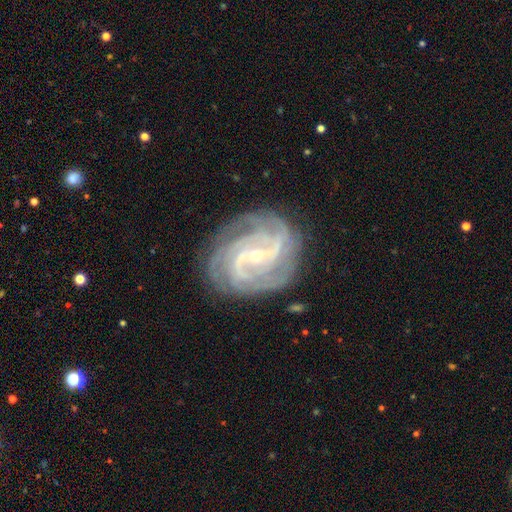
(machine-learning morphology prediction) This is clearly a featured or disk galaxy (91%). It is clearly not viewed edge-on (97%). Bar: marginally weak (43%). Spiral arm pattern: clearly yes (98%). Spiral arm count: marginally 3 (25%). Spiral winding: possibly tight (60%). Central bulge: likely small (74%). Merging: likely none (78%).